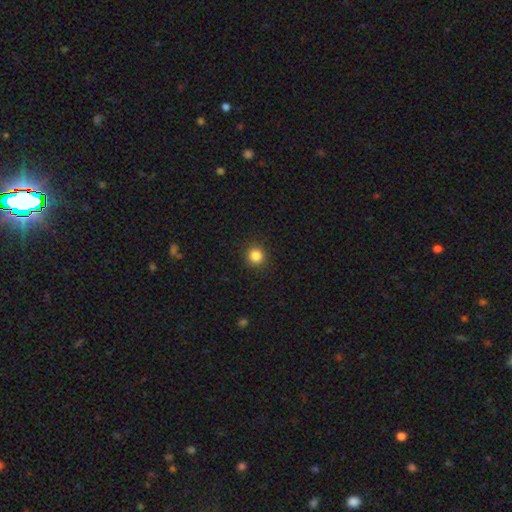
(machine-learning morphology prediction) smooth_or_featured: smooth (p=0.85) [alt: star or artifact p=0.11]
how_rounded: round (p=0.91) [alt: in between p=0.08]
merging: none (p=0.91) [alt: minor disturbance p=0.06]